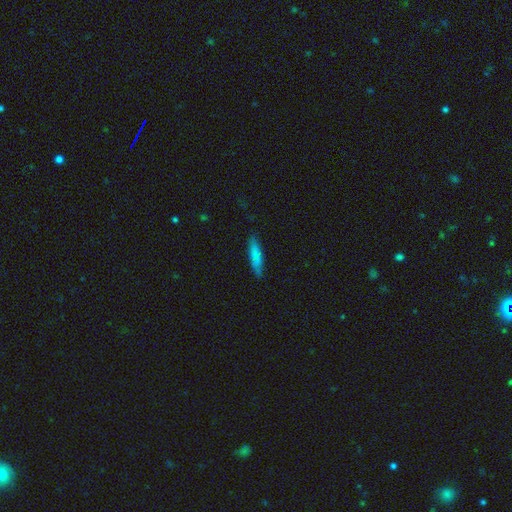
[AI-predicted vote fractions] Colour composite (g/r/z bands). It shows a smooth galaxy with no disk features (78%) that is cigar-shaped (79%). Merging: none (82%).